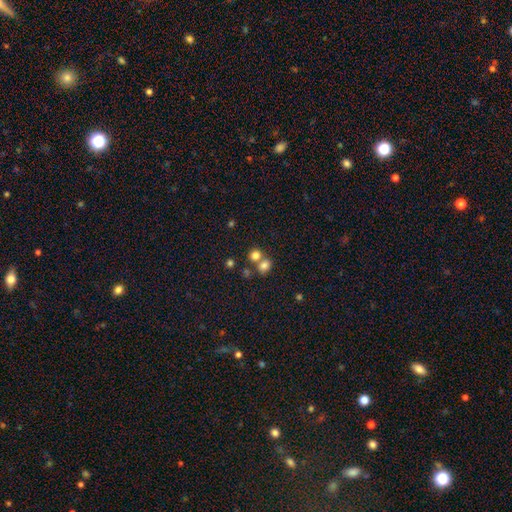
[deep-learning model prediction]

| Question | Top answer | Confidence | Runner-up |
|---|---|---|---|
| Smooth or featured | smooth | 77% | star or artifact (14%) |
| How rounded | round | 77% | in between (22%) |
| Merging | none | 47% | merger (43%) |